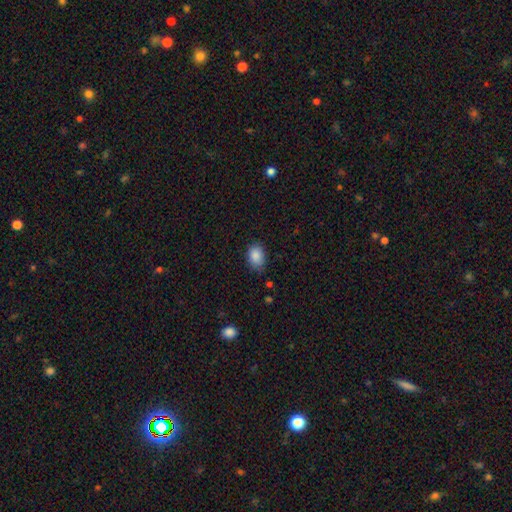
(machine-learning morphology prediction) Overall: smooth (88%). How rounded: in between (78%). Merging: none (76%).